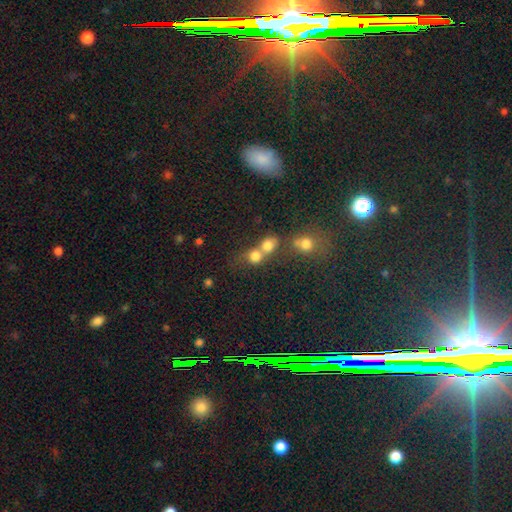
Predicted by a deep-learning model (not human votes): Morphology: type=smooth (75%); roundness=round (75%); merging=merger (60%).